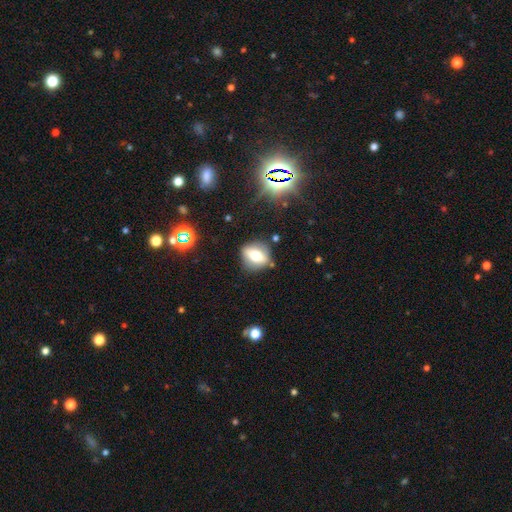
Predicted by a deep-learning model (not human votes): smooth_or_featured: smooth (p=0.47) [alt: featured or disk p=0.40]
merging: none (p=0.79) [alt: minor disturbance p=0.13]